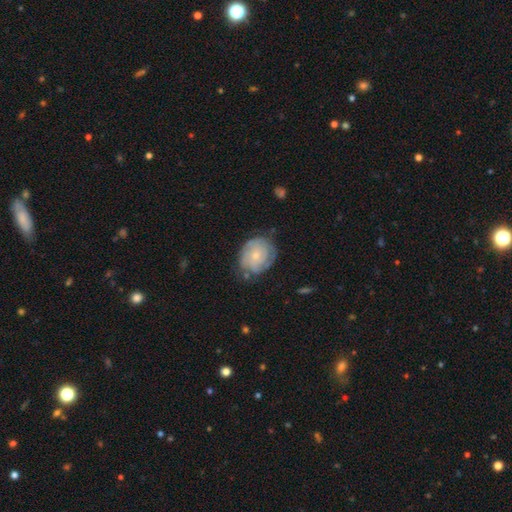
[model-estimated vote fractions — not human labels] Smooth or featured?
  - featured or disk: 63% *
  - smooth: 30%
  - star or artifact: 7%
Edge-on disk?
  - no: 97% *
  - yes: 3%
Bar?
  - no: 80% *
  - weak: 17%
  - strong: 2%
Spiral arms?
  - yes: 82% *
  - no: 18%
Spiral winding?
  - tight: 71% *
  - medium: 22%
  - loose: 7%
Spiral arm count?
  - can't tell: 49% *
  - 2: 24%
  - 3: 13%
  - 4: 6%
  - 1: 5%
  - more than 4: 4%
Bulge size?
  - small: 68% *
  - moderate: 28%
  - none: 2%
  - large: 1%
  - dominant: 1%
Merging?
  - none: 66% *
  - minor disturbance: 24%
  - major disturbance: 8%
  - merger: 2%